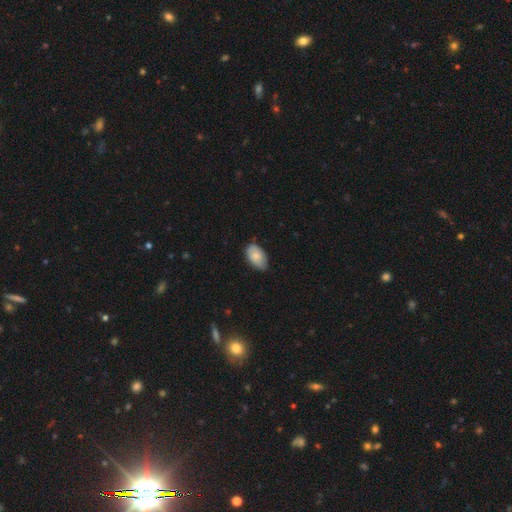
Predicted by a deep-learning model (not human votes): Morphology: type=smooth (79%); roundness=in between (93%); merging=none (68%).